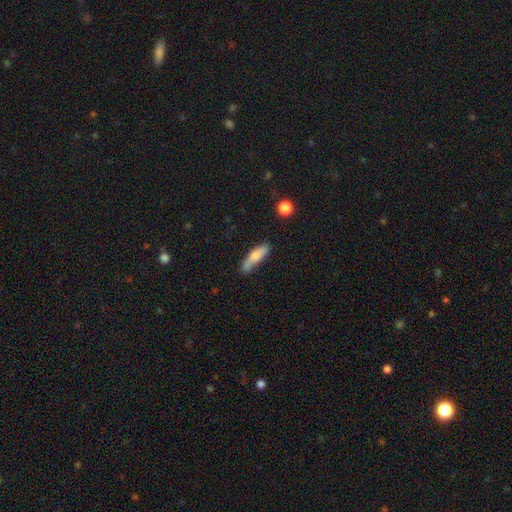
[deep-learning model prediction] This is likely a smooth galaxy (70%). How rounded: likely cigar-shaped (62%). Merging: possibly none (59%).